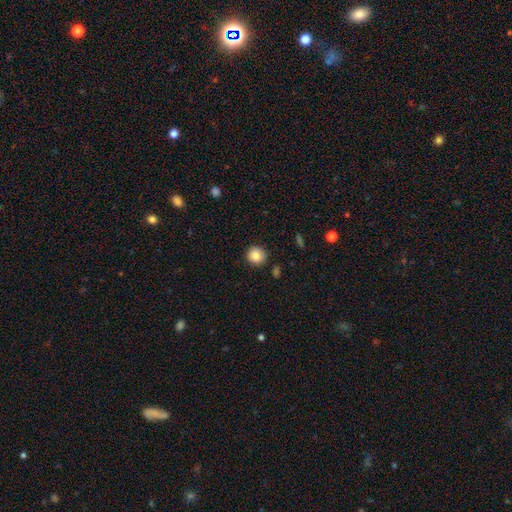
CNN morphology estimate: Smooth or featured? smooth (86%)
How rounded? round (90%)
Merging? none (88%)